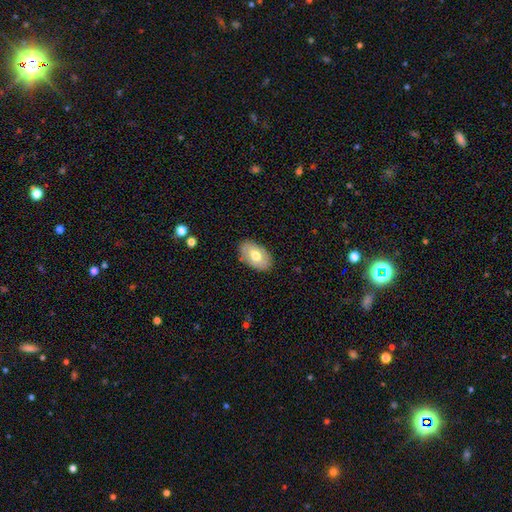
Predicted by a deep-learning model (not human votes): This appears to be a smooth galaxy with no disk features (66%) that is in between round and cigar-shaped (93%). Merging: none (85%).